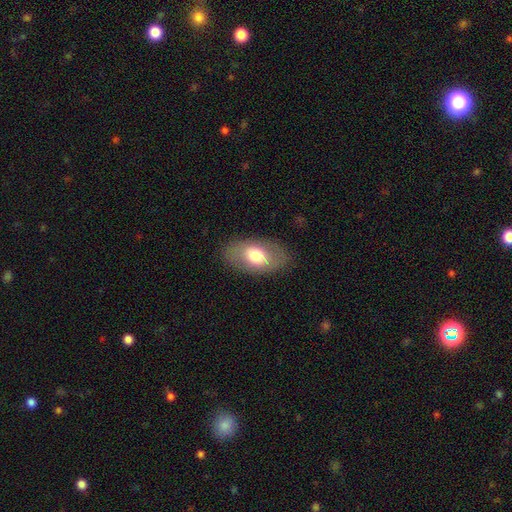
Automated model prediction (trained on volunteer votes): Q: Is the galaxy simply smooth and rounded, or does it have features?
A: smooth — 67%.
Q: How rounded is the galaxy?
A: in between — 91%.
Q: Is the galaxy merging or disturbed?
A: none — 82%.